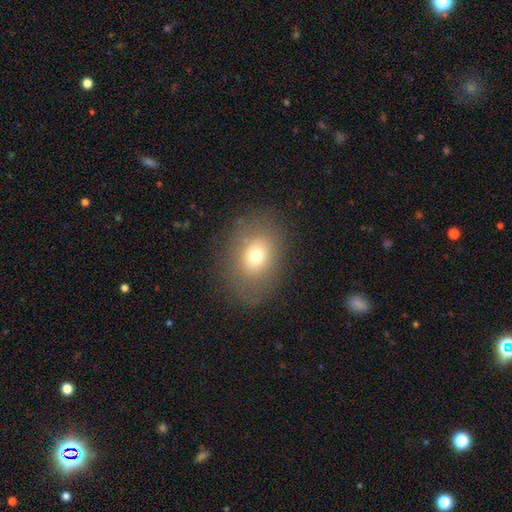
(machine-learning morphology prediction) Q: Smooth or featured?
A: smooth (71%); runner-up: featured or disk (17%)
Q: How rounded?
A: in between (64%); runner-up: round (35%)
Q: Merging?
A: none (80%); runner-up: minor disturbance (12%)